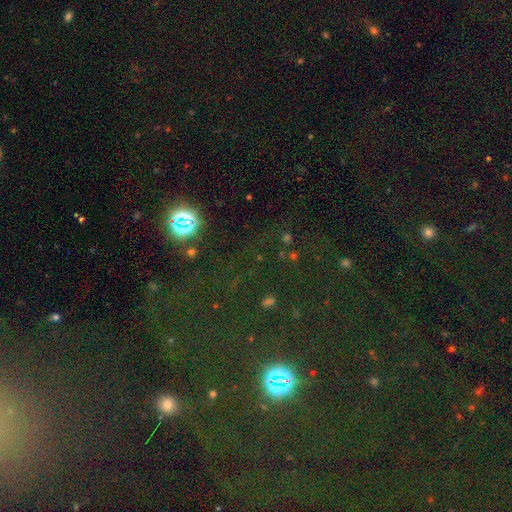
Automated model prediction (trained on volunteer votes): Smooth or featured?
  - star or artifact: 67% *
  - smooth: 24%
  - featured or disk: 9%